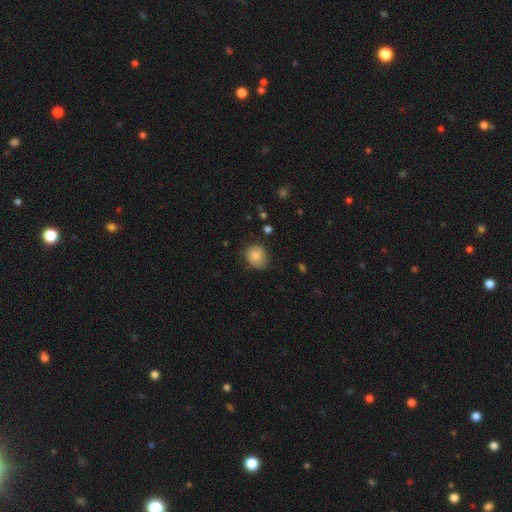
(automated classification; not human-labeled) Smooth or featured: smooth — 80% (featured or disk — 12%)
How rounded: round — 72% (in between — 27%)
Merging: none — 63% (minor disturbance — 28%)